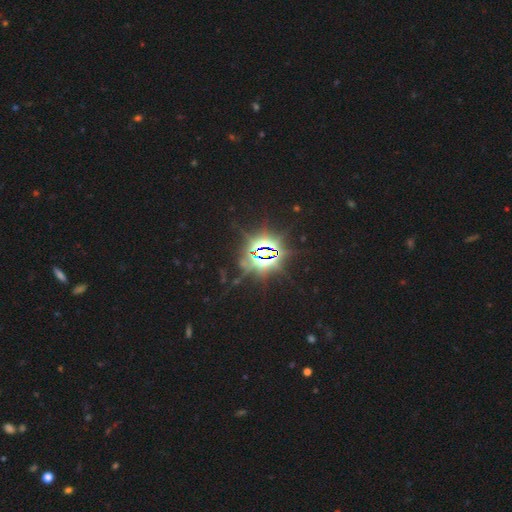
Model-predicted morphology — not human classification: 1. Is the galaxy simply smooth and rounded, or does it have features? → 87% star or artifact, 7% smooth, 6% featured or disk.